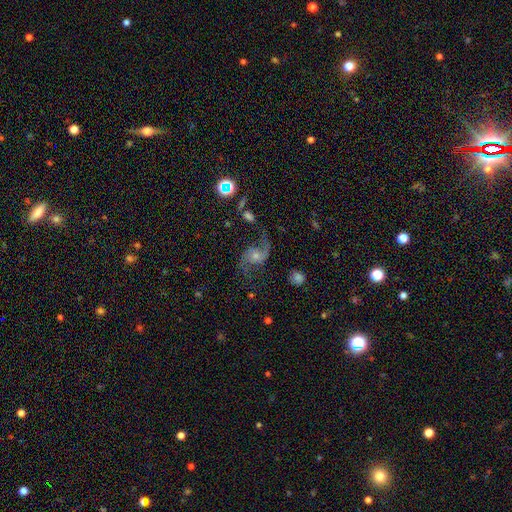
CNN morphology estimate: This is clearly a featured or disk galaxy (83%). It is clearly not viewed edge-on (97%). Bar: likely no (67%). Spiral arm pattern: clearly yes (96%). Spiral arm count: clearly 2 (91%). Spiral winding: likely loose (71%). Central bulge: possibly moderate (48%). Merging: likely none (67%).